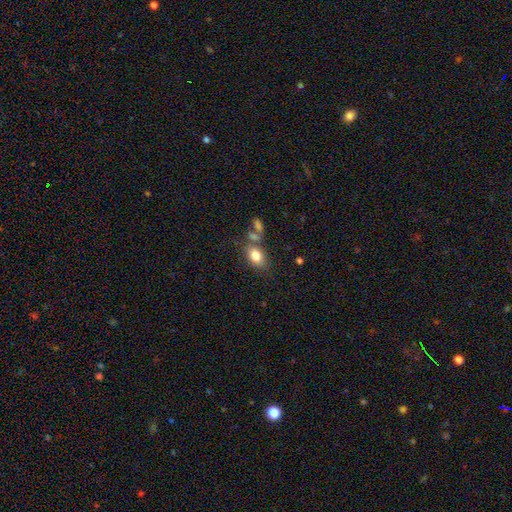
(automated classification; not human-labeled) This appears to be a smooth galaxy with no disk features (82%) that is in between round and cigar-shaped (81%). Merging: none (58%).